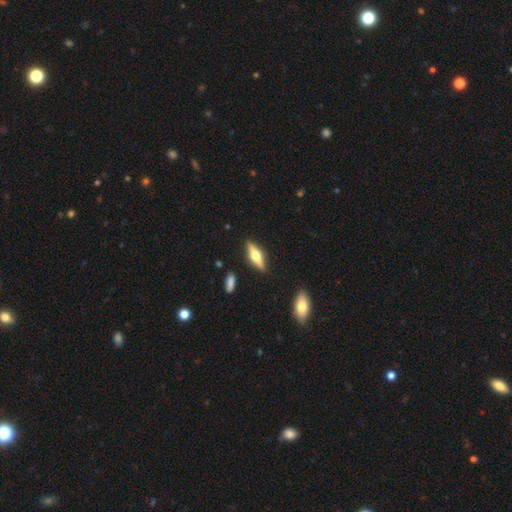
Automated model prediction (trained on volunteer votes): This is possibly a featured or disk galaxy (56%). It is clearly viewed edge-on (93%). Edge-on bulge: clearly rounded (95%). Merging: clearly none (87%).